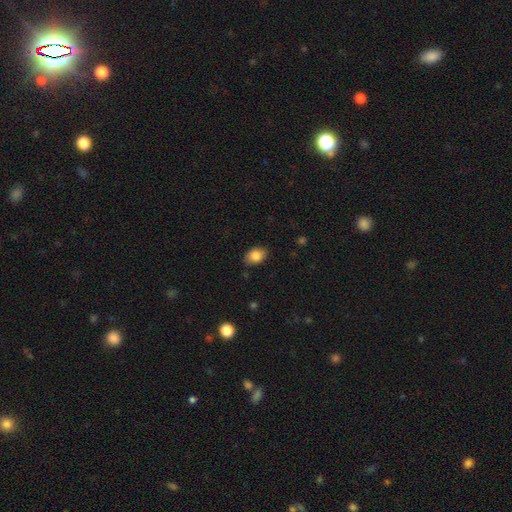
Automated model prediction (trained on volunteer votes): Smooth or featured?
  - smooth: 85% *
  - star or artifact: 8%
  - featured or disk: 7%
How rounded?
  - in between: 82% *
  - round: 16%
  - cigar-shaped: 1%
Merging?
  - none: 83% *
  - minor disturbance: 13%
  - major disturbance: 3%
  - merger: 1%